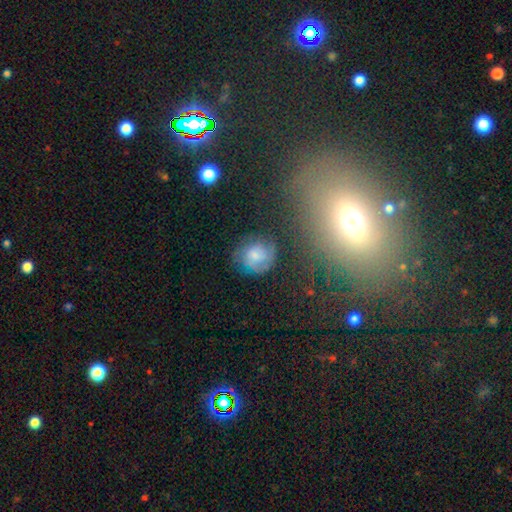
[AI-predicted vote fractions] A smooth galaxy with no disk features (45%).

Vote fractions:
- Smooth or featured? smooth: 45% / featured or disk: 44% / star or artifact: 11%
- Merging? none: 60% / minor disturbance: 23% / major disturbance: 13% / merger: 3%